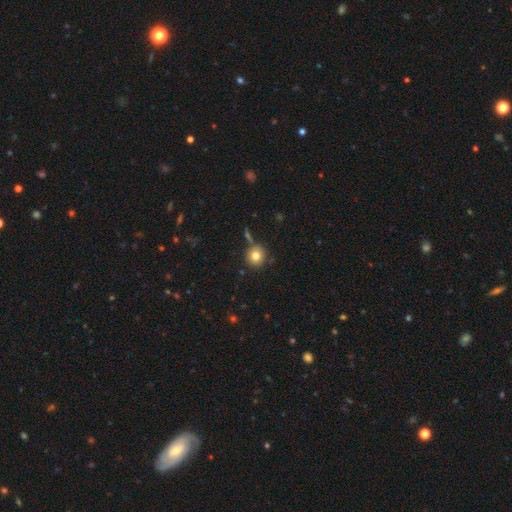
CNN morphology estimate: Q: Smooth or featured?
A: smooth (80%); runner-up: star or artifact (11%)
Q: How rounded?
A: round (91%); runner-up: in between (8%)
Q: Merging?
A: none (79%); runner-up: minor disturbance (10%)